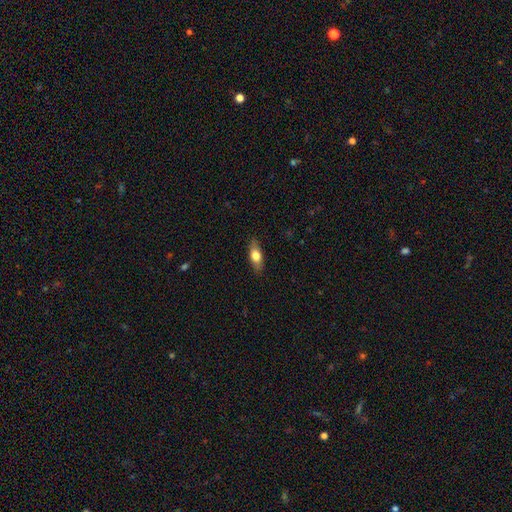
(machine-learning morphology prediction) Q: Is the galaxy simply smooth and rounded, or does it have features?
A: smooth — 70%.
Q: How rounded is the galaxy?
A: in between — 72%.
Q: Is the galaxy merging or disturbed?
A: none — 85%.